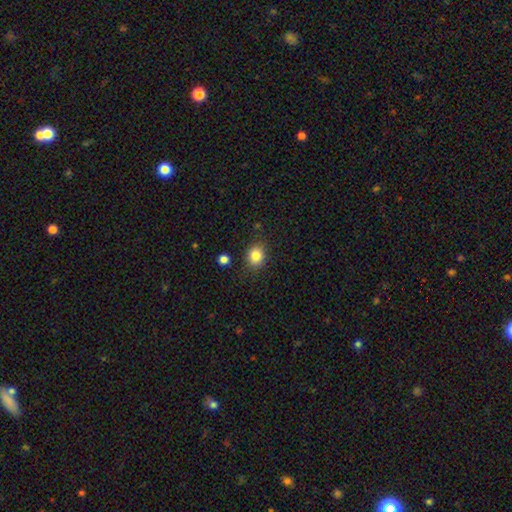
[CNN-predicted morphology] smooth 84%, star or artifact 10%, featured or disk 5%. Down the decision tree: how rounded — round (67%); merging — none (83%).